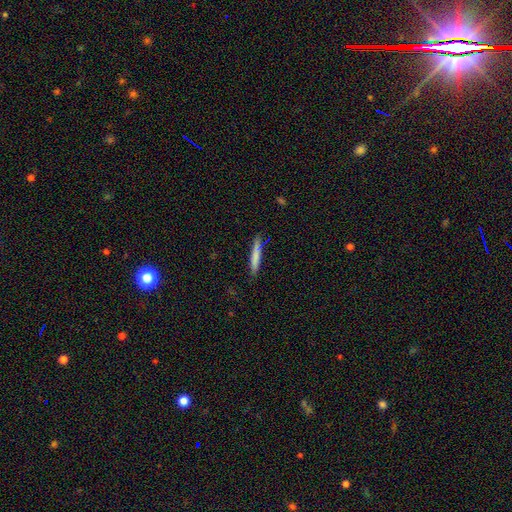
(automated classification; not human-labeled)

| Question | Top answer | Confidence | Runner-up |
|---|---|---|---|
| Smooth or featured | smooth | 75% | featured or disk (19%) |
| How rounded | cigar-shaped | 93% | in between (6%) |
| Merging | none | 82% | minor disturbance (13%) |